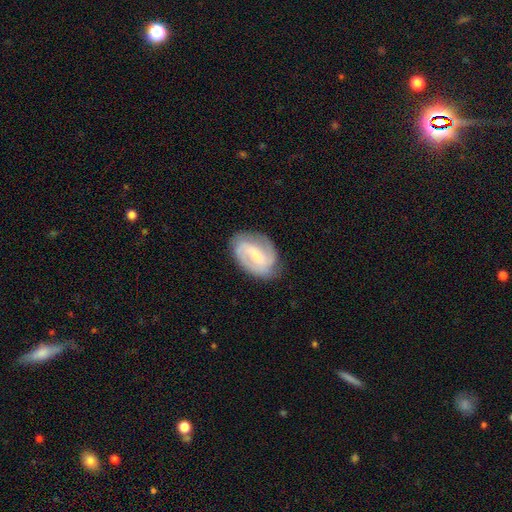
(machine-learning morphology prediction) Smooth or featured: featured or disk — 78% (smooth — 16%)
Edge-on disk: no — 97% (yes — 3%)
Bar: weak — 51% (strong — 33%)
Spiral arms: yes — 94% (no — 6%)
Spiral winding: medium — 46% (tight — 34%)
Spiral arm count: 2 — 75% (can't tell — 11%)
Bulge size: small — 52% (moderate — 36%)
Merging: none — 76% (minor disturbance — 17%)